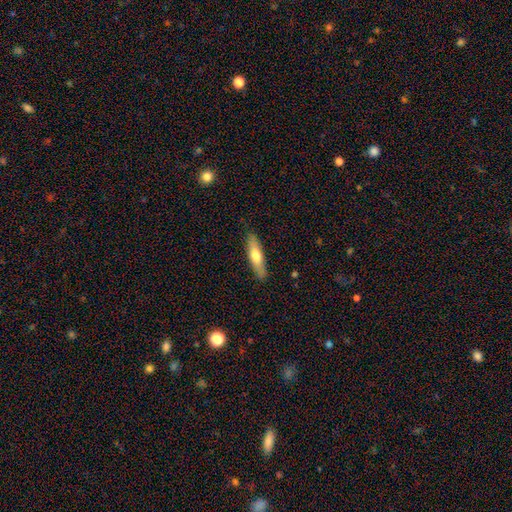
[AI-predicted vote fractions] This appears to be a smooth galaxy with no disk features (61%) that is cigar-shaped (73%). Merging: none (88%).